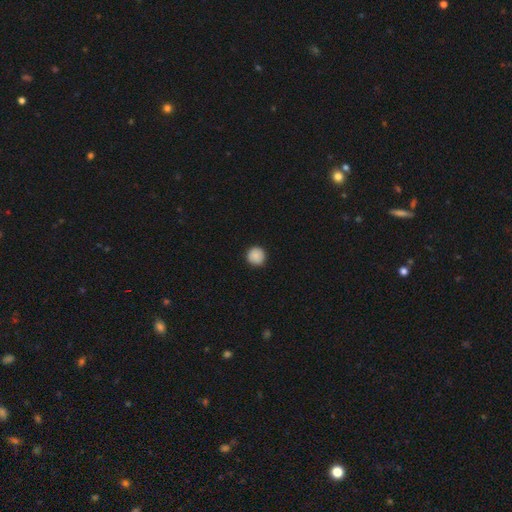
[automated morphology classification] A smooth galaxy with no disk features (88%) that is round (95%). Merging: none (91%).